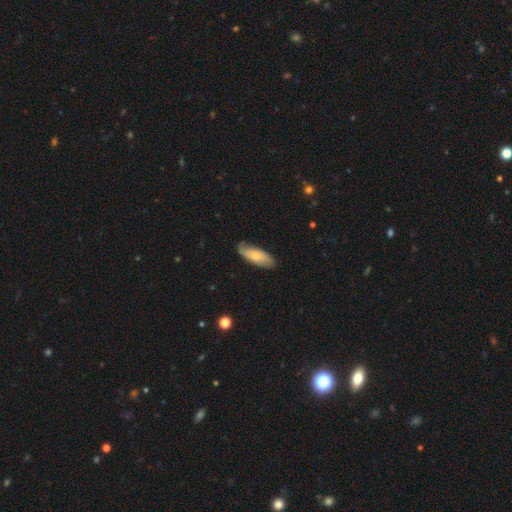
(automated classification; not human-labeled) Smooth or featured? smooth (63%)
How rounded? in between (71%)
Merging? none (75%)